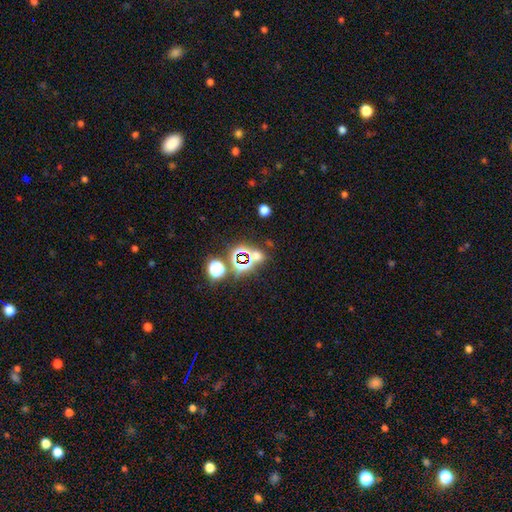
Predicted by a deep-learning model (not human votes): A star or artifact, not a galaxy (56%).